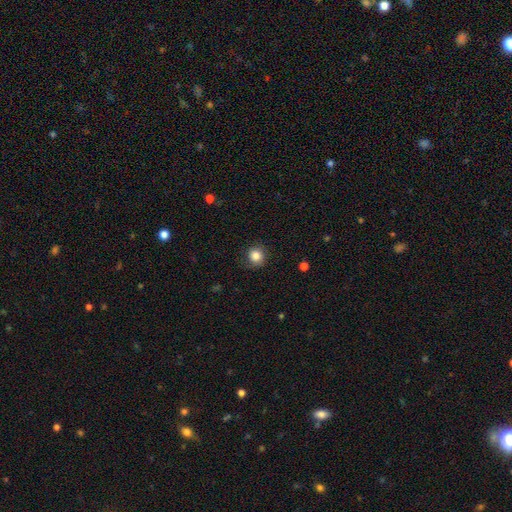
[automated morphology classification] The model was most divided on "merging": none: 80%, minor disturbance: 14%, major disturbance: 5%, merger: 1%. More confident: how rounded — round (88%); smooth or featured — smooth (83%).